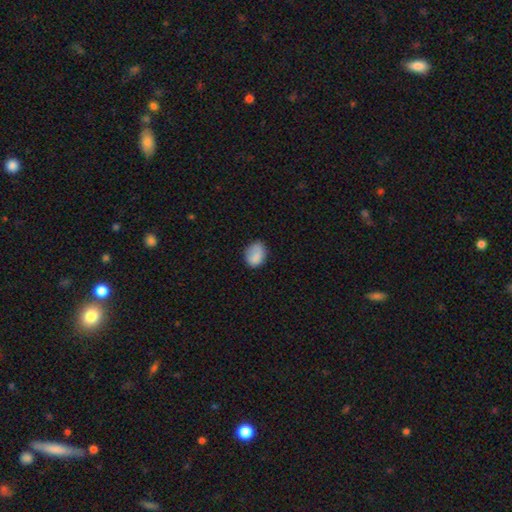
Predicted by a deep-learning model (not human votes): A smooth galaxy with no disk features (84%) that is in between round and cigar-shaped (67%).

Vote fractions:
- Smooth or featured? smooth: 84% / star or artifact: 8% / featured or disk: 7%
- How rounded? in between: 67% / round: 32% / cigar-shaped: 1%
- Merging? none: 69% / minor disturbance: 23% / major disturbance: 6% / merger: 2%